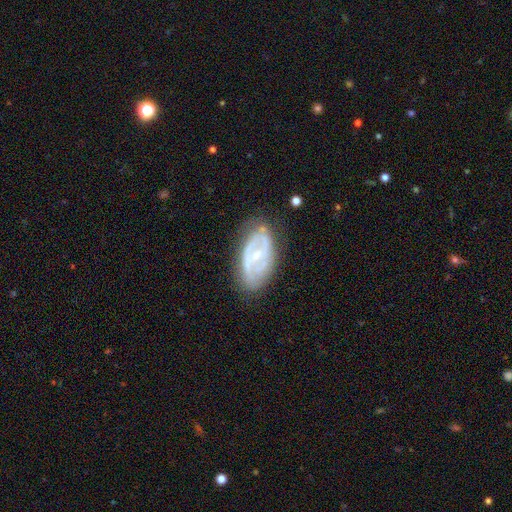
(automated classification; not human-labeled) smooth_or_featured: featured or disk (p=0.79) [alt: smooth p=0.15]
disk_edge_on: no (p=0.92) [alt: yes p=0.08]
bar: weak (p=0.37) [alt: no p=0.34]
has_spiral_arms: yes (p=0.66) [alt: no p=0.34]
bulge_size: small (p=0.59) [alt: moderate p=0.37]
merging: none (p=0.74) [alt: minor disturbance p=0.18]